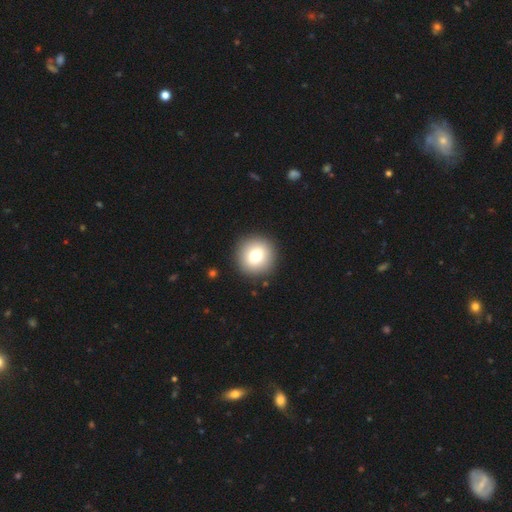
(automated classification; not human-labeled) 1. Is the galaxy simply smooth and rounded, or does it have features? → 76% smooth, 13% featured or disk, 10% star or artifact.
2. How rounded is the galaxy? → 95% round, 4% in between, 1% cigar-shaped.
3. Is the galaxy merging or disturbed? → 92% none, 5% minor disturbance, 2% major disturbance, 1% merger.